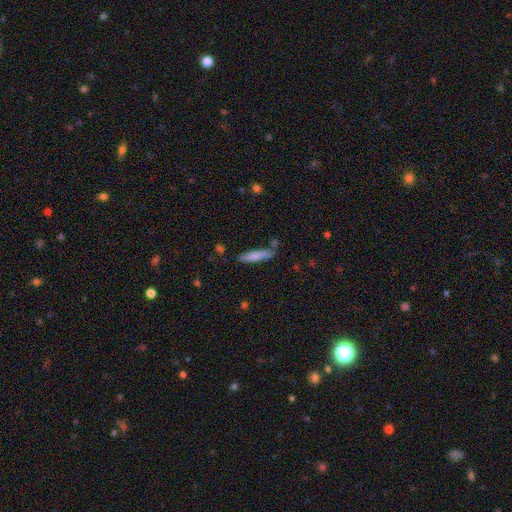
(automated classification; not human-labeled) Smooth or featured?
  - smooth: 75% *
  - featured or disk: 18%
  - star or artifact: 6%
How rounded?
  - cigar-shaped: 80% *
  - in between: 18%
  - round: 2%
Merging?
  - none: 72% *
  - minor disturbance: 18%
  - merger: 7%
  - major disturbance: 4%